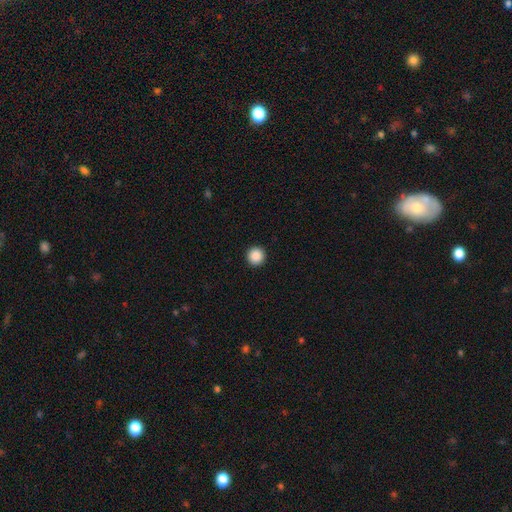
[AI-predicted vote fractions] Overall: smooth (88%). How rounded: round (97%). Merging: none (94%).